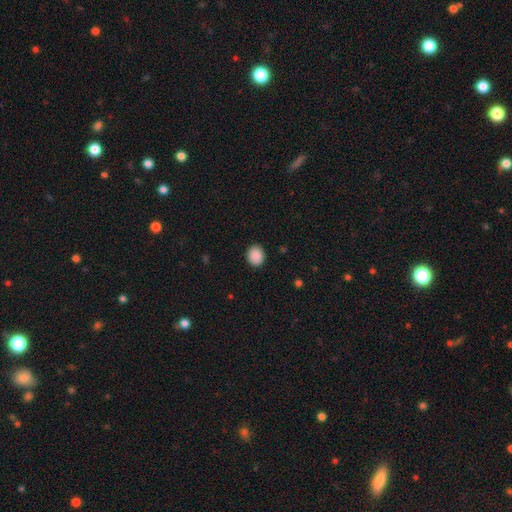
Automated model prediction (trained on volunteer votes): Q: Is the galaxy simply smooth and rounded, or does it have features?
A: smooth — 89%.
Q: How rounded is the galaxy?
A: round — 70%.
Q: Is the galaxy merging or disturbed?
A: none — 90%.